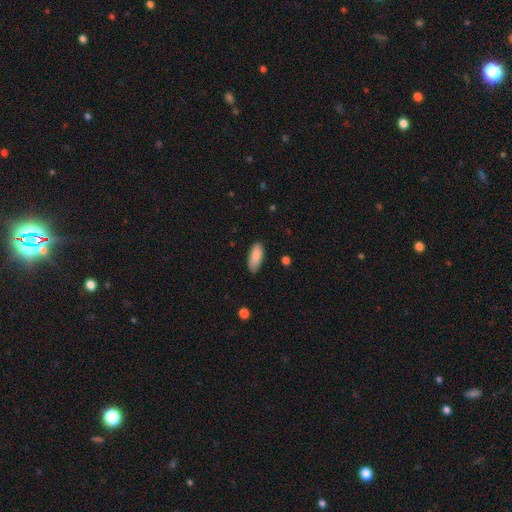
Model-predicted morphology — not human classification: smooth-or-featured: smooth: 89% | star or artifact: 6% | featured or disk: 5%
  how-rounded: in between: 80% | cigar-shaped: 19% | round: 2%
  merging: none: 80% | minor disturbance: 16% | major disturbance: 2% | merger: 1%